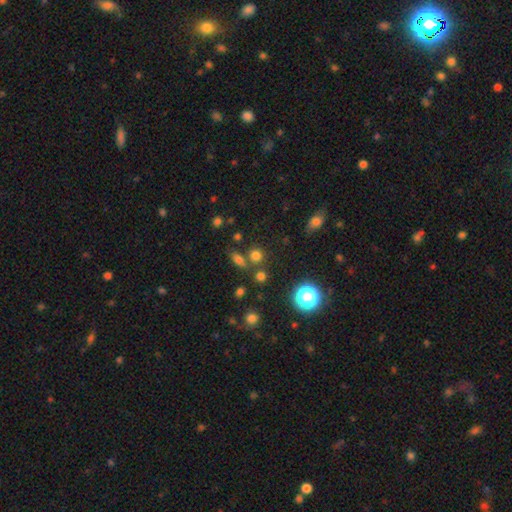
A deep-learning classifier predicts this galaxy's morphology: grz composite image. It shows a smooth galaxy with no disk features (71%) that is round (79%). Merging: none (69%).